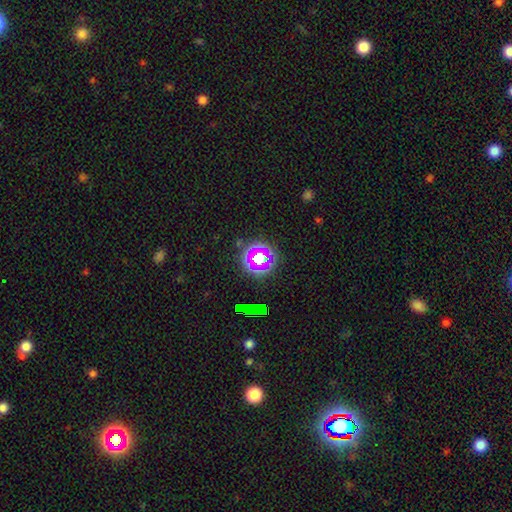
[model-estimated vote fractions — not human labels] Overall: star or artifact (52%; smooth 30%).